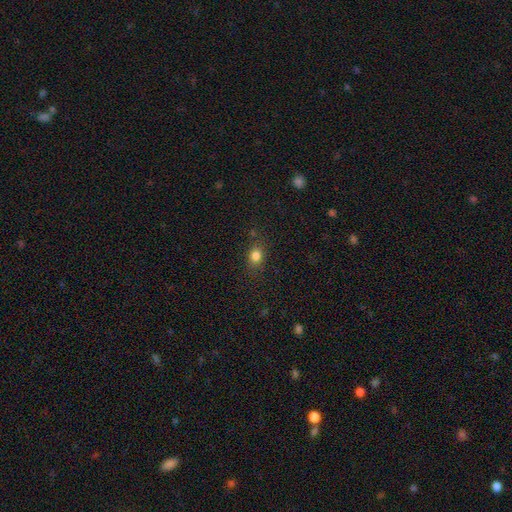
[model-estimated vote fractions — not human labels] Smooth or featured? smooth (81%)
How rounded? in between (53%)
Merging? none (79%)